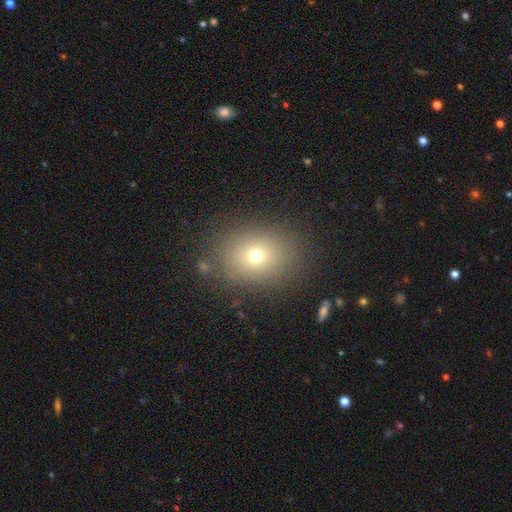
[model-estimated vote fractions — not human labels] smooth-or-featured: smooth: 69% | star or artifact: 17% | featured or disk: 14%
  how-rounded: in between: 51% | round: 48% | cigar-shaped: 1%
  merging: none: 84% | minor disturbance: 10% | major disturbance: 5% | merger: 2%